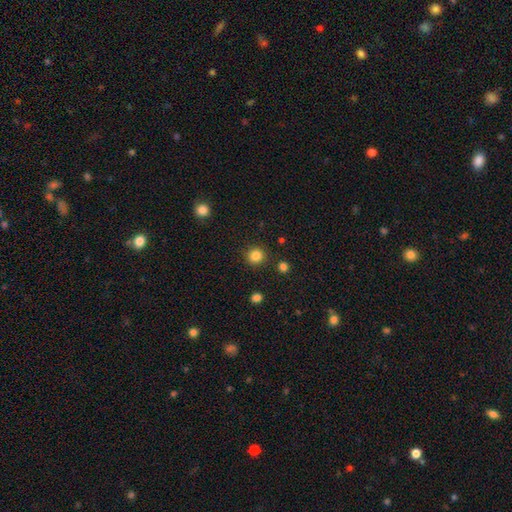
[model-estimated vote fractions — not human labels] Overall: smooth (84%). How rounded: round (91%). Merging: none (90%).